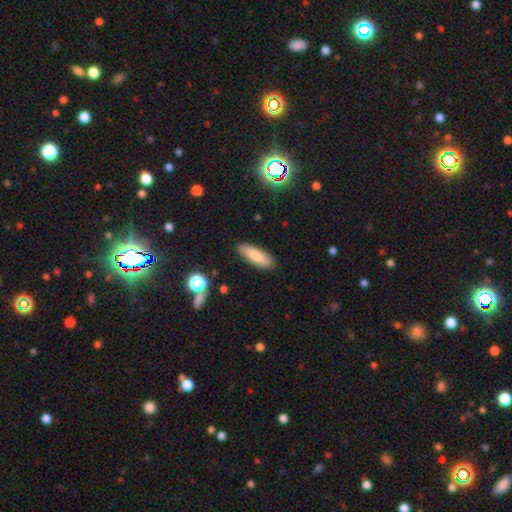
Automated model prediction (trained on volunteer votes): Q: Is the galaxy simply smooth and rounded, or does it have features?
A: smooth — 77%.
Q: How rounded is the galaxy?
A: in between — 54%.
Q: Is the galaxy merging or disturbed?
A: none — 86%.